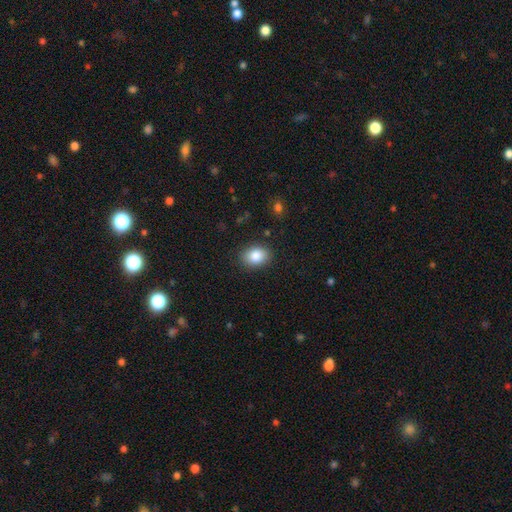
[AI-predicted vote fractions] smooth 86%, star or artifact 8%, featured or disk 6%. Down the decision tree: how rounded — in between (69%); merging — none (87%).